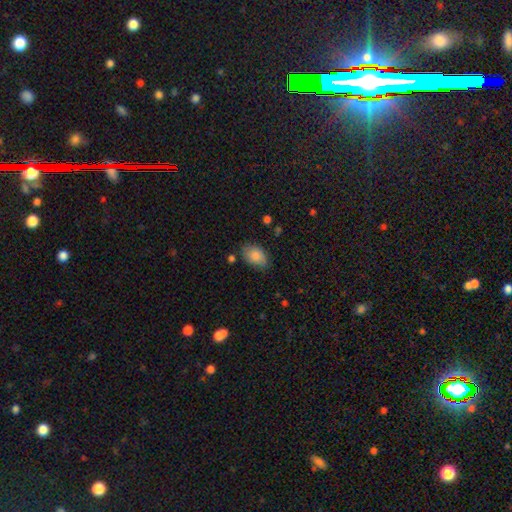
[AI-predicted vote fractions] Smooth or featured? Predicted: smooth (p=0.85). How rounded? Predicted: in between (p=0.88). Merging? Predicted: none (p=0.76).